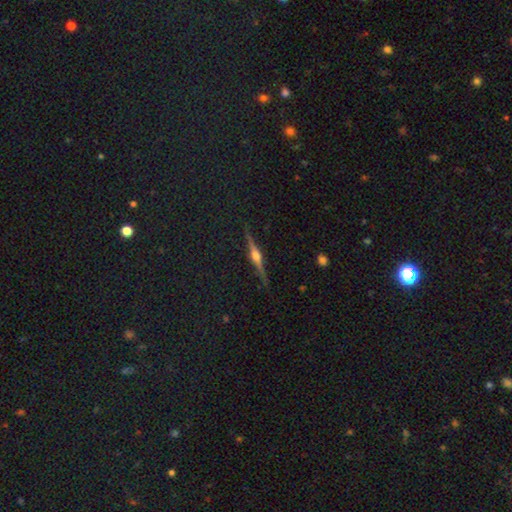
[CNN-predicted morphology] This appears to be a featured or disk galaxy (80%) viewed edge-on (98%) with a rounded central bulge (91%). Merging: none (89%).